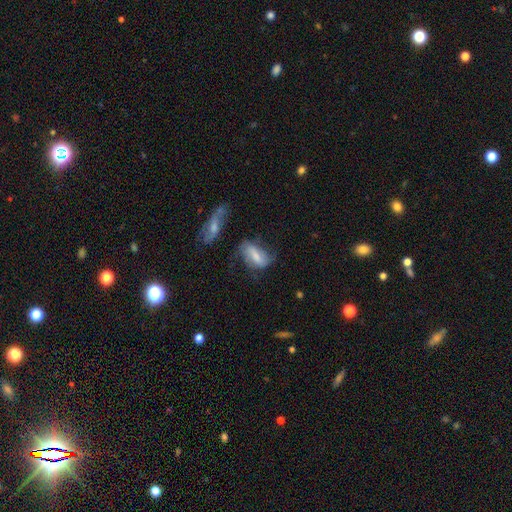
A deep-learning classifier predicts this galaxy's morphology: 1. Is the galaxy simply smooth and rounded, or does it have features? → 56% smooth, 35% featured or disk, 9% star or artifact.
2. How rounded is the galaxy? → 80% in between, 15% cigar-shaped, 5% round.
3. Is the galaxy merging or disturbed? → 39% none, 30% minor disturbance, 21% major disturbance, 9% merger.